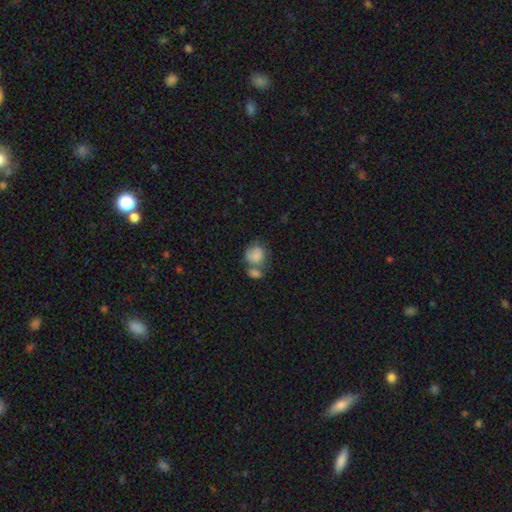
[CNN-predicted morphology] smooth-or-featured: smooth: 78% | featured or disk: 15% | star or artifact: 8%
  how-rounded: round: 62% | in between: 37% | cigar-shaped: 1%
  merging: merger: 48% | none: 27% | minor disturbance: 14% | major disturbance: 10%